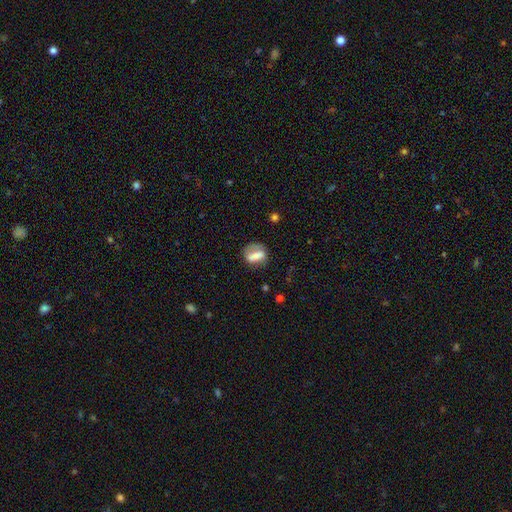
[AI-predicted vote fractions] Morphology: type=smooth (65%); roundness=in between (61%); merging=none (52%).